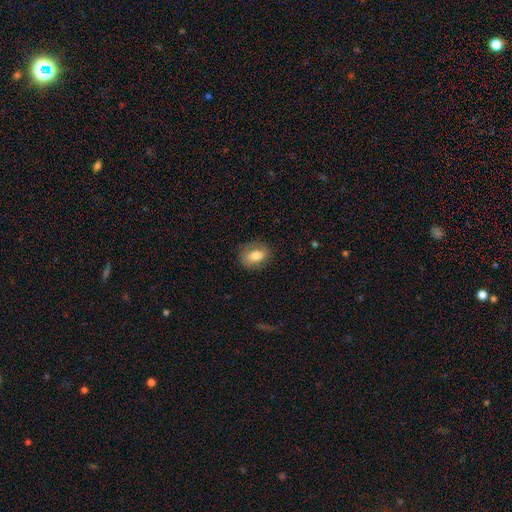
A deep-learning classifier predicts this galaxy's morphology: smooth-or-featured: smooth: 74% | featured or disk: 18% | star or artifact: 8%
  how-rounded: in between: 67% | round: 32% | cigar-shaped: 2%
  merging: none: 81% | minor disturbance: 14% | major disturbance: 4% | merger: 1%